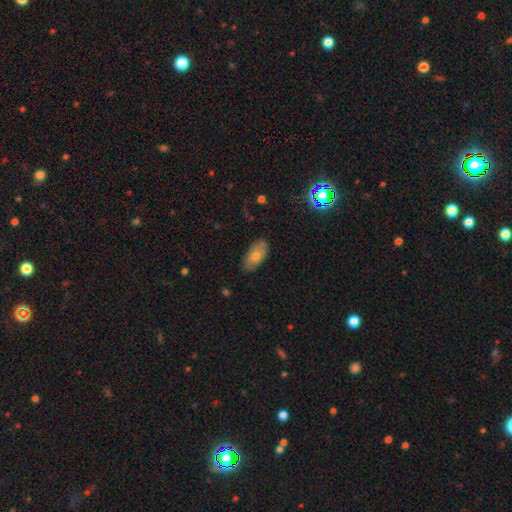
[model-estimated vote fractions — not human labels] Smooth or featured: smooth — 68% (featured or disk — 21%)
How rounded: in between — 90% (cigar-shaped — 6%)
Merging: none — 83% (minor disturbance — 13%)